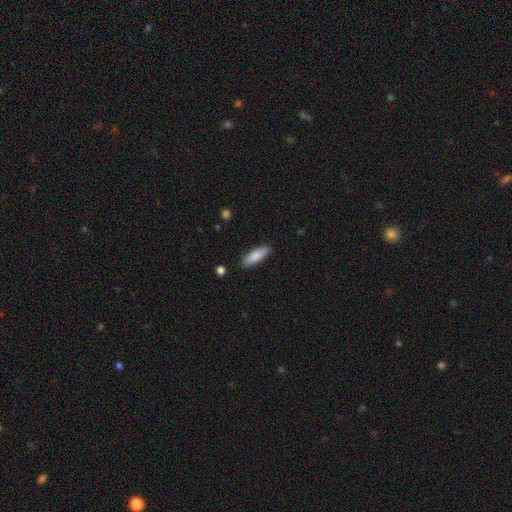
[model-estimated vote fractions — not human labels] Morphology: type=smooth (84%); roundness=in between (55%); merging=none (88%).